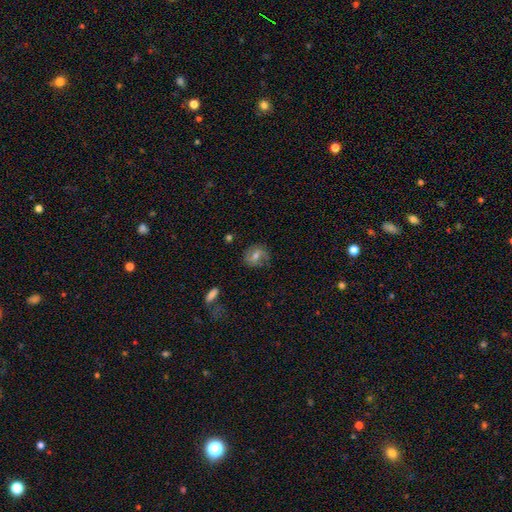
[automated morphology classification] A featured or disk galaxy (55%) with a weak bar (45%), spiral arms (83%) and a moderate central bulge (58%). Merging: none (71%).